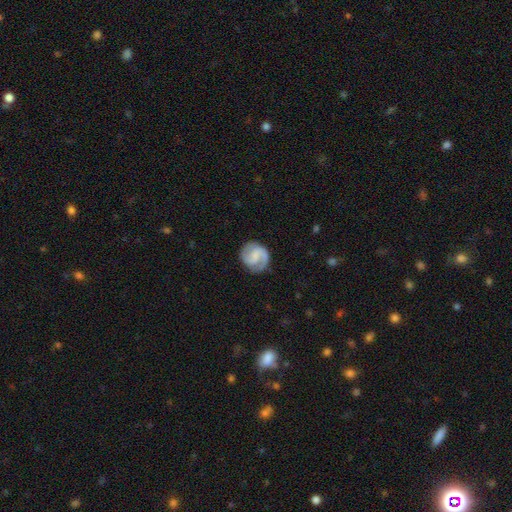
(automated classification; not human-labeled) Morphology: type=featured or disk (78%); edge-on=no (98%); bar=weak (48%); spiral arms=yes (96%); winding=medium (48%); arm count=2 (85%); bulge=none (39%); merging=none (81%).